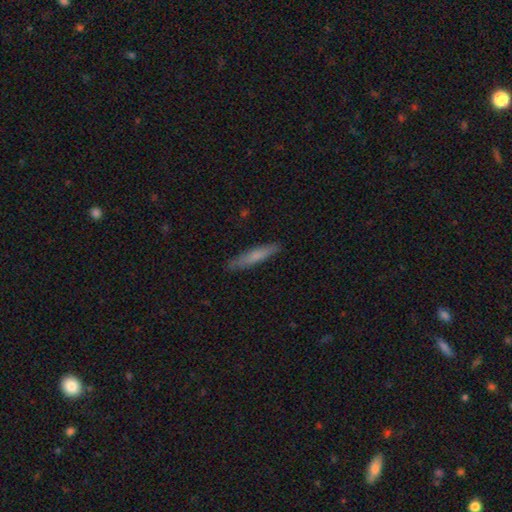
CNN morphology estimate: A smooth galaxy with no disk features (68%) that is cigar-shaped (91%). Merging: none (87%).